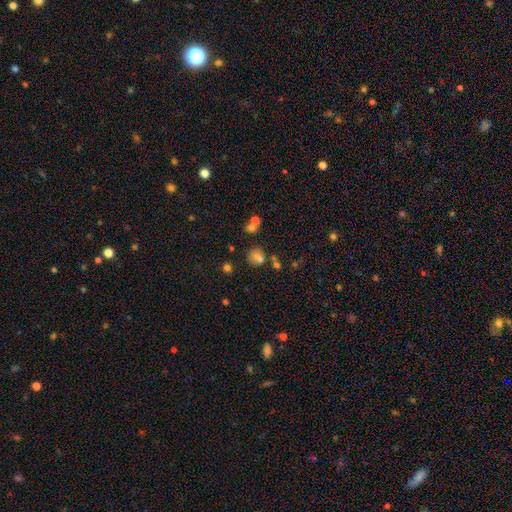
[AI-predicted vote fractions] A smooth galaxy with no disk features (67%) that is round (65%). Merging: none (59%).